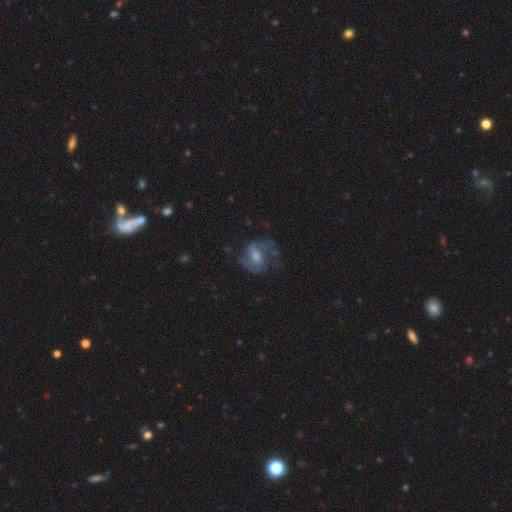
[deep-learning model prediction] smooth_or_featured: featured or disk (p=0.68) [alt: smooth p=0.23]
disk_edge_on: no (p=0.97) [alt: yes p=0.03]
bar: weak (p=0.49) [alt: no p=0.36]
has_spiral_arms: yes (p=0.84) [alt: no p=0.16]
spiral_winding: medium (p=0.49) [alt: loose p=0.35]
spiral_arm_count: 2 (p=0.76) [alt: can't tell p=0.12]
bulge_size: moderate (p=0.46) [alt: small p=0.25]
merging: none (p=0.51) [alt: major disturbance p=0.24]